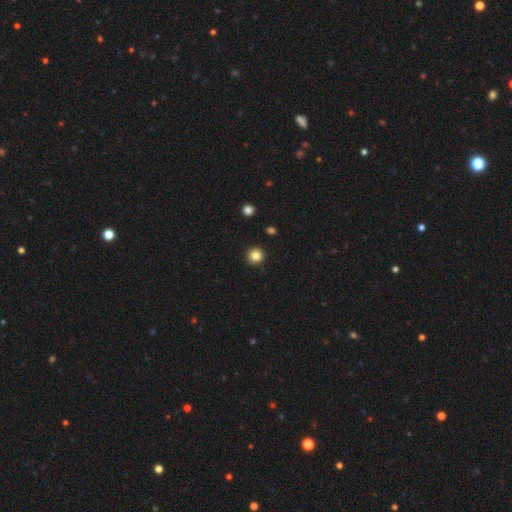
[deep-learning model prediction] The model was most divided on "smooth or featured": smooth: 84%, star or artifact: 11%, featured or disk: 5%. More confident: how rounded — round (95%); merging — none (93%).